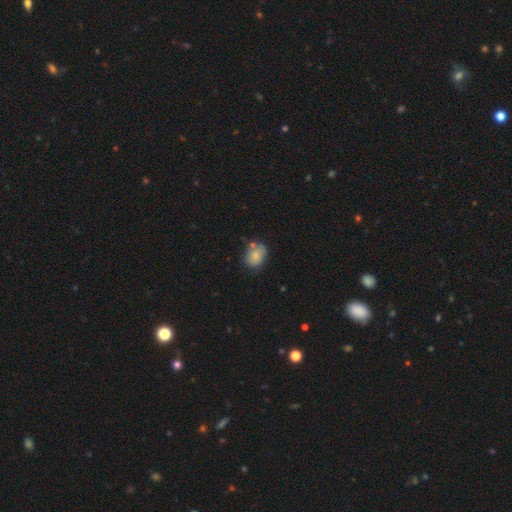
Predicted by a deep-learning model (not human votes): The model was most divided on "how rounded": in between: 63%, round: 36%, cigar-shaped: 1%. More confident: smooth or featured — smooth (78%); merging — none (57%).